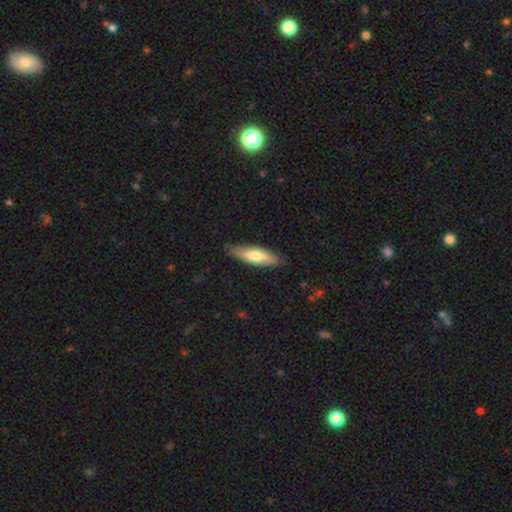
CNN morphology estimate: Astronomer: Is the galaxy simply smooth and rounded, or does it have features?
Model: smooth — 65%.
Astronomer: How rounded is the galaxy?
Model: cigar-shaped — 61% (runner-up: in between, 37%).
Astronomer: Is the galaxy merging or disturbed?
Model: none — 82%.